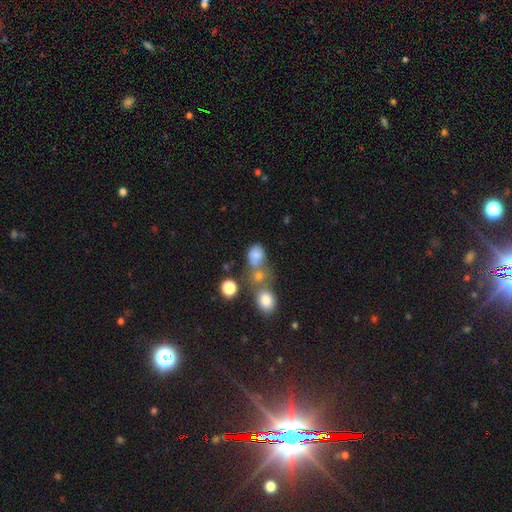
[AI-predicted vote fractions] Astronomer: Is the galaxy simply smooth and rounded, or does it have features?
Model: smooth — 74%.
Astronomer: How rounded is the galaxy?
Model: in between — 53% (runner-up: round, 46%).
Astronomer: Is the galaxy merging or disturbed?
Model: merger — 42% (runner-up: none, 34%).